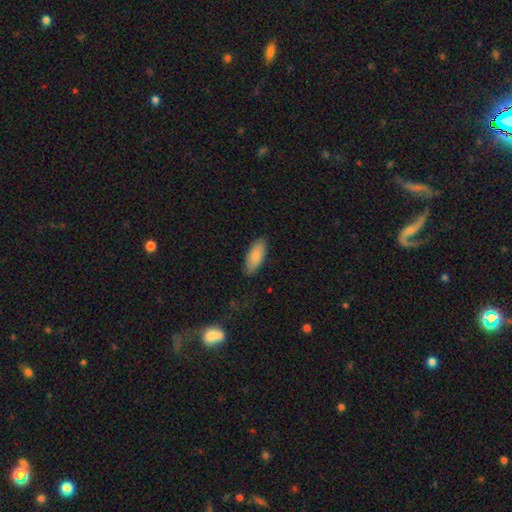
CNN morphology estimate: A smooth galaxy with no disk features (84%) that is in between round and cigar-shaped (82%). Merging: none (83%).